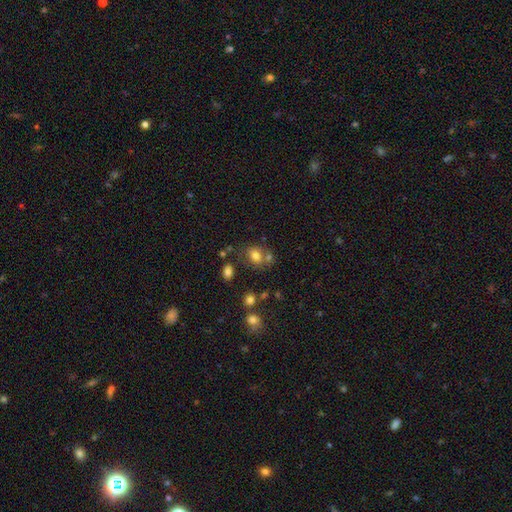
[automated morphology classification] Q: Smooth or featured?
A: smooth (76%); runner-up: star or artifact (13%)
Q: How rounded?
A: in between (59%); runner-up: round (40%)
Q: Merging?
A: none (58%); runner-up: merger (21%)